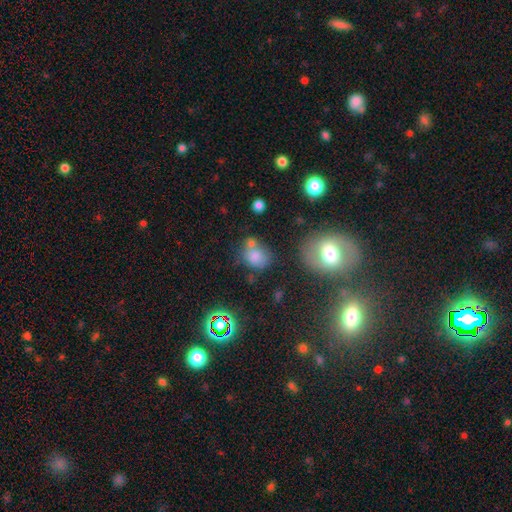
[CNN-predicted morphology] Smooth or featured? Predicted: smooth (p=0.70). How rounded? Predicted: round (p=0.60). Merging? Predicted: none (p=0.50).